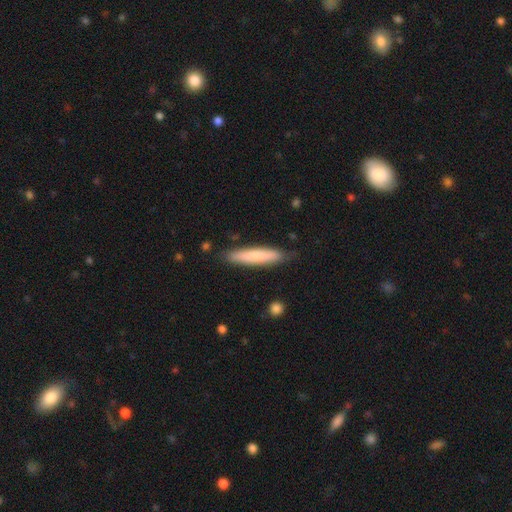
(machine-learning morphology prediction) smooth 73%, featured or disk 21%, star or artifact 6%. Down the decision tree: how rounded — cigar-shaped (89%); merging — none (85%).